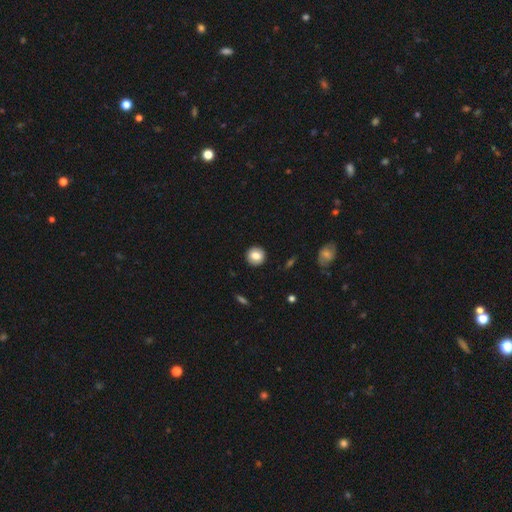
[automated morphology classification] type=smooth (78%); roundness=round (90%); merging=none (91%).